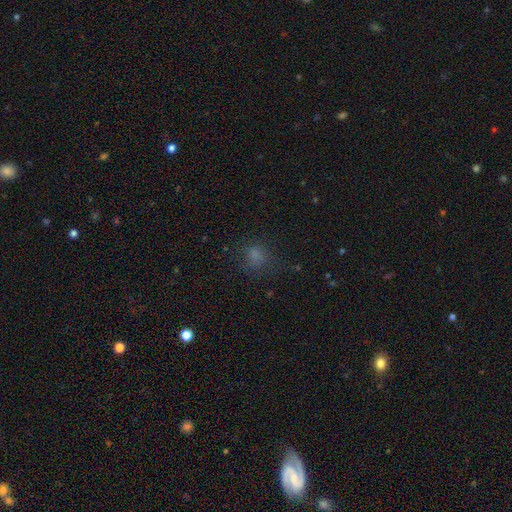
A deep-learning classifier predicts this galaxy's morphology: A smooth galaxy with no disk features (73%) that is round (68%). Merging: none (69%).